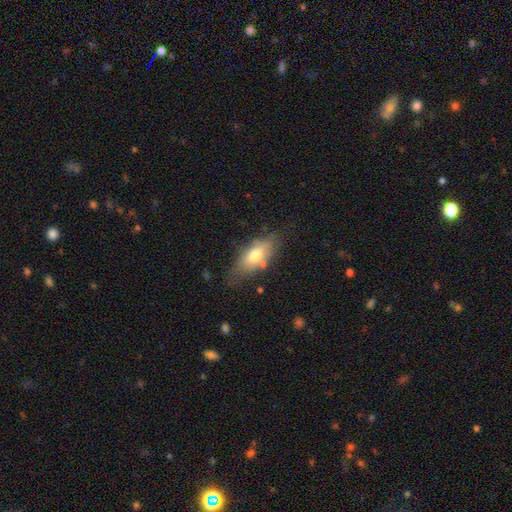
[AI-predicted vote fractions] smooth_or_featured: smooth (p=0.65) [alt: featured or disk p=0.28]
how_rounded: in between (p=0.79) [alt: cigar-shaped p=0.17]
merging: none (p=0.65) [alt: minor disturbance p=0.23]